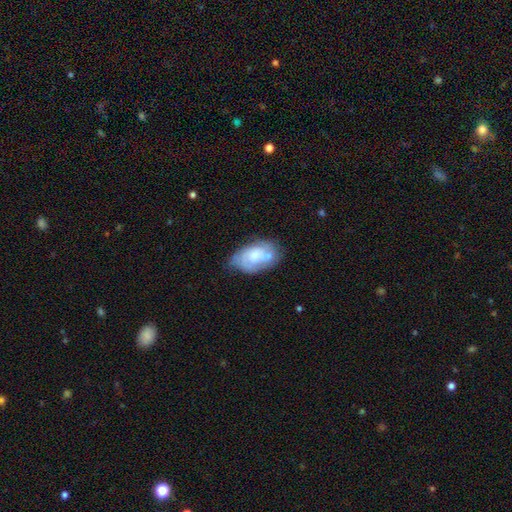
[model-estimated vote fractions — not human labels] This is possibly a featured or disk galaxy (52%). It is clearly not viewed edge-on (96%). Merging: possibly none (54%).